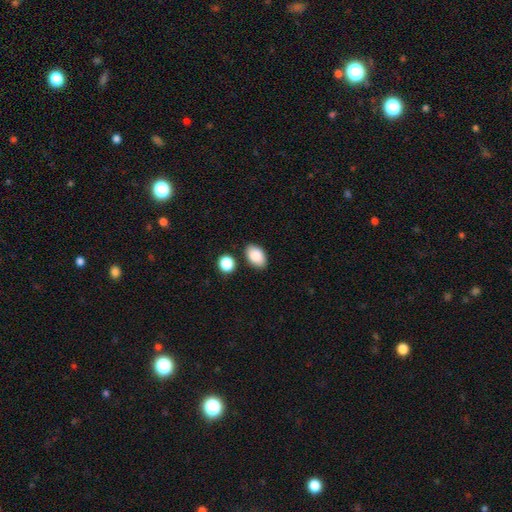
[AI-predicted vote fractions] smooth_or_featured: smooth (p=0.88) [alt: star or artifact p=0.07]
how_rounded: in between (p=0.90) [alt: round p=0.09]
merging: none (p=0.82) [alt: minor disturbance p=0.11]